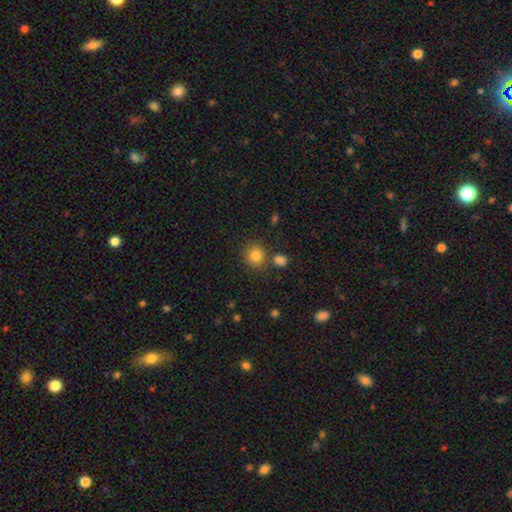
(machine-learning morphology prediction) Smooth or featured? smooth (84%)
How rounded? round (88%)
Merging? none (77%)